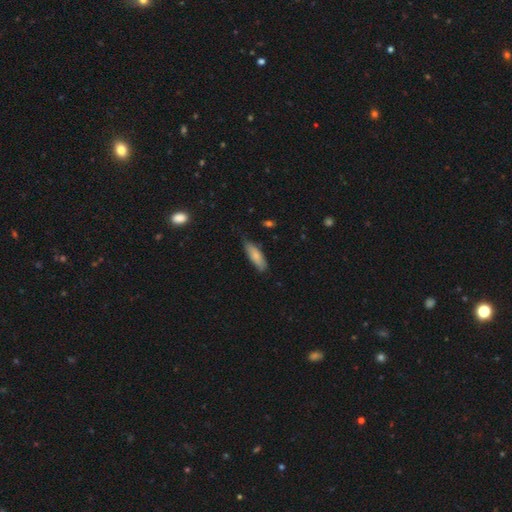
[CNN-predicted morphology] Smooth or featured: smooth — 78% (featured or disk — 16%)
How rounded: in between — 60% (cigar-shaped — 38%)
Merging: none — 67% (minor disturbance — 28%)